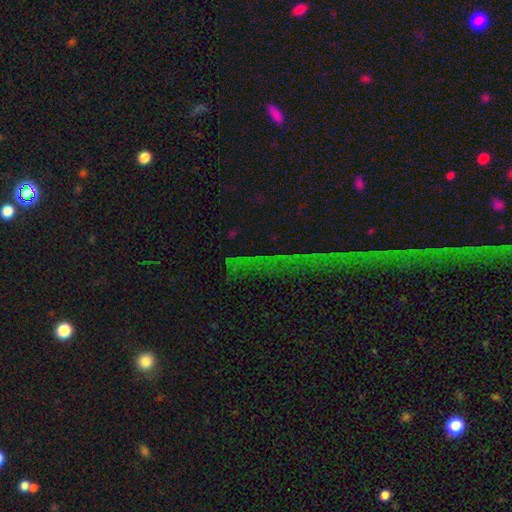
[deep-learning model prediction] This appears to be a star or artifact, not a galaxy (76%).